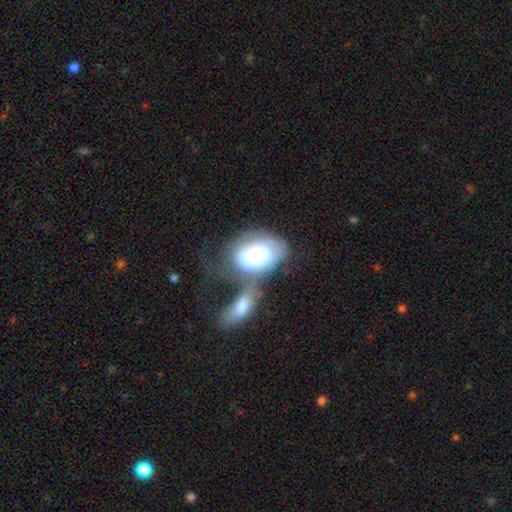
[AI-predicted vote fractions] The model was most divided on "smooth or featured": smooth: 59%, featured or disk: 35%, star or artifact: 6%. Remaining: how rounded — in between (84%); merging — merger (48%).